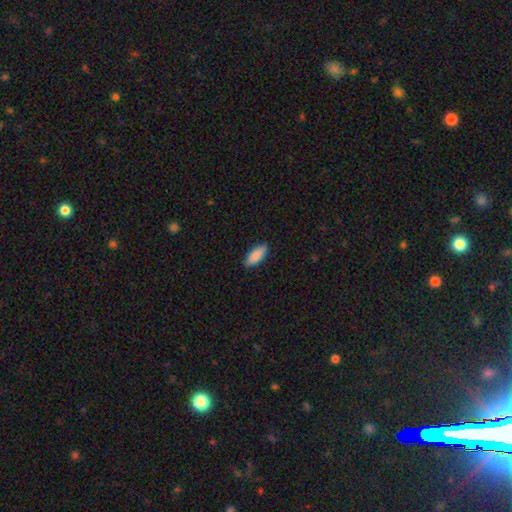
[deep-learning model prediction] Smooth or featured: smooth — 87% (featured or disk — 7%)
How rounded: in between — 73% (cigar-shaped — 26%)
Merging: none — 87% (minor disturbance — 10%)